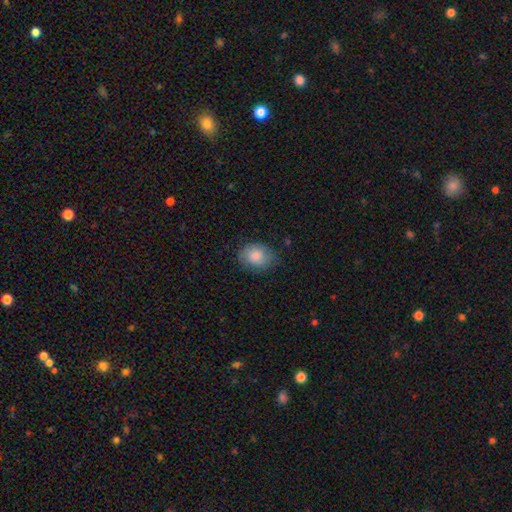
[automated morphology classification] The model was most divided on "how rounded": in between: 61%, round: 38%, cigar-shaped: 1%. More confident: smooth or featured — smooth (83%); merging — none (72%).